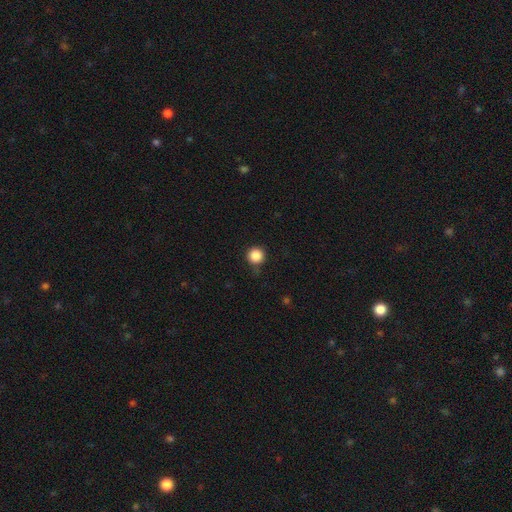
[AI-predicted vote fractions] Smooth or featured? smooth (86%)
How rounded? round (95%)
Merging? none (81%)